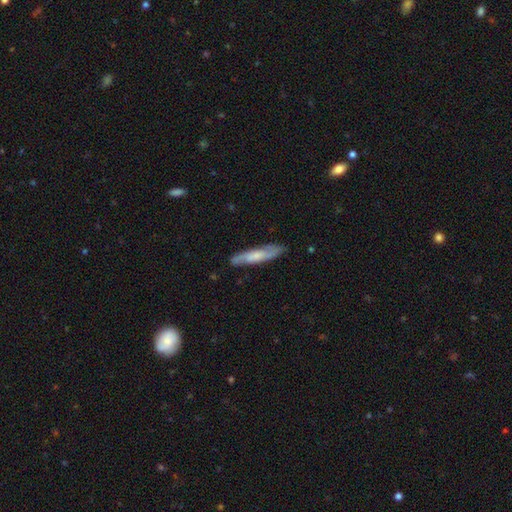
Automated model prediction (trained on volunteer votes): Smooth or featured? featured or disk (54%)
Edge-on disk? no (53%)
Merging? none (82%)